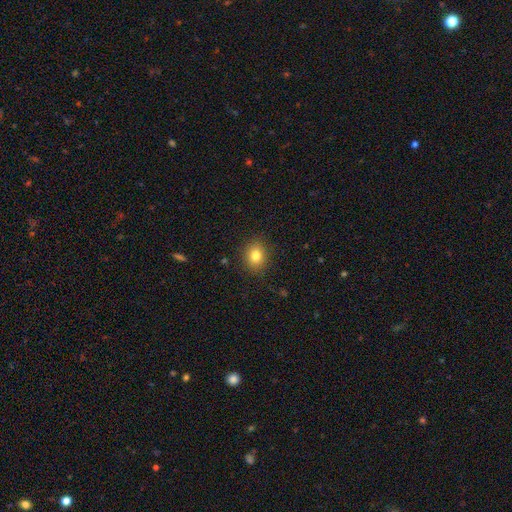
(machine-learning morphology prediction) Q: Smooth or featured?
A: smooth (81%); runner-up: star or artifact (12%)
Q: How rounded?
A: round (64%); runner-up: in between (35%)
Q: Merging?
A: none (89%); runner-up: minor disturbance (8%)